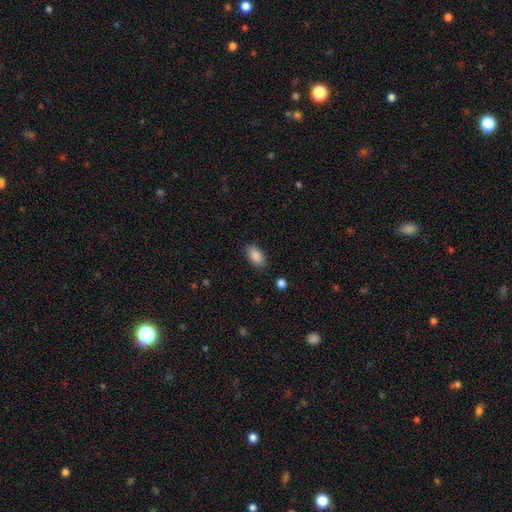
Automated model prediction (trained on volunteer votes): Q: Smooth or featured?
A: smooth (88%); runner-up: star or artifact (7%)
Q: How rounded?
A: in between (93%); runner-up: round (4%)
Q: Merging?
A: none (87%); runner-up: minor disturbance (10%)